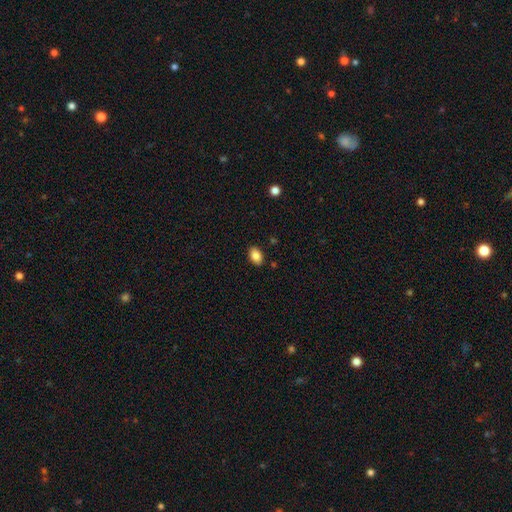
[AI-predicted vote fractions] Overall: smooth (85%). How rounded: in between (86%). Merging: none (87%).